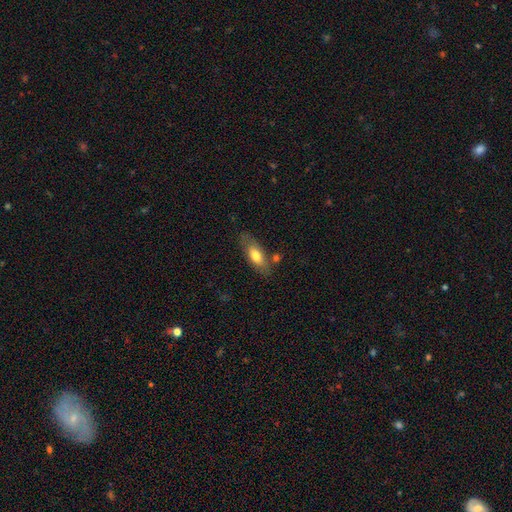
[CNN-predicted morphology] smooth_or_featured: smooth (p=0.66) [alt: featured or disk p=0.27]
how_rounded: in between (p=0.78) [alt: cigar-shaped p=0.19]
merging: none (p=0.71) [alt: minor disturbance p=0.18]